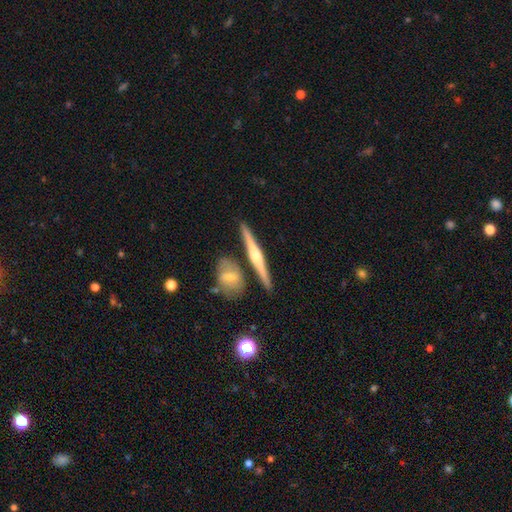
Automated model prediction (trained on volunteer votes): The model was most divided on "smooth or featured": featured or disk: 67%, smooth: 28%, star or artifact: 5%. More confident: edge-on disk — yes (97%); merging — none (82%); edge-on bulge — rounded (78%).